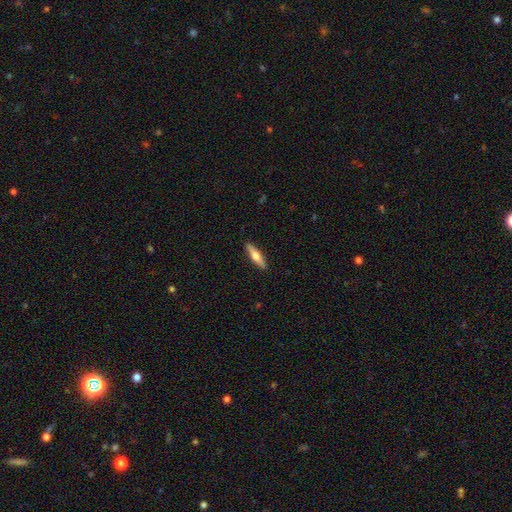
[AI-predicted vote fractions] Smooth or featured? Predicted: smooth (p=0.55). How rounded? Predicted: cigar-shaped (p=0.72). Merging? Predicted: none (p=0.90).